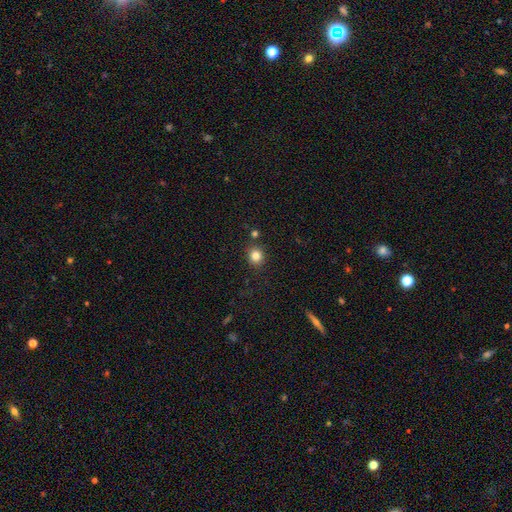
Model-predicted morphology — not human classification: Smooth or featured?
  - smooth: 82% *
  - star or artifact: 12%
  - featured or disk: 6%
How rounded?
  - round: 85% *
  - in between: 14%
  - cigar-shaped: 1%
Merging?
  - none: 84% *
  - minor disturbance: 8%
  - merger: 5%
  - major disturbance: 3%